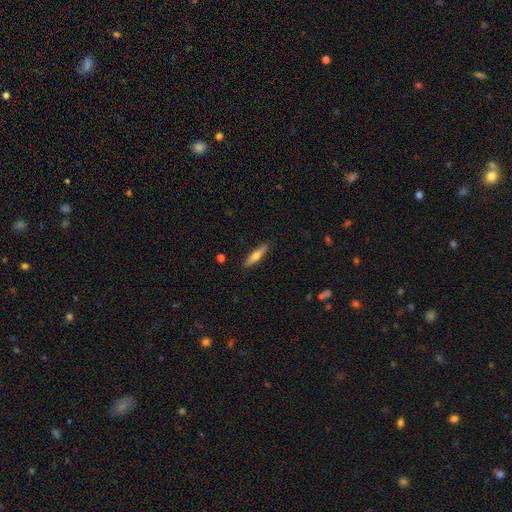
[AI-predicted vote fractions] Overall: smooth (57%; featured or disk 37%). How rounded: cigar-shaped (78%). Merging: none (89%).